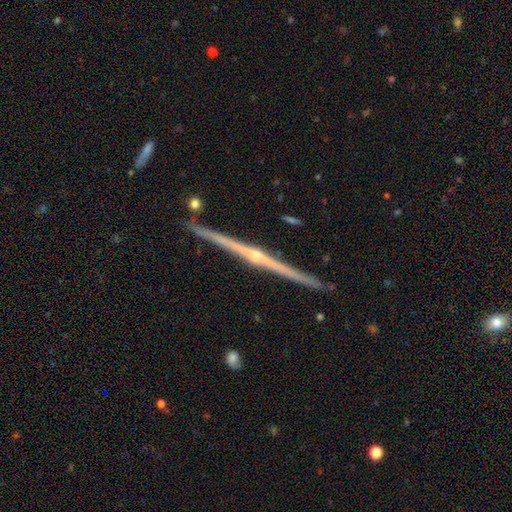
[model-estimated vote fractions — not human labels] The model was most divided on "edge-on bulge": rounded: 82%, none: 13%, boxy: 5%. More confident: edge-on disk — yes (99%); merging — none (91%); smooth or featured — featured or disk (89%).